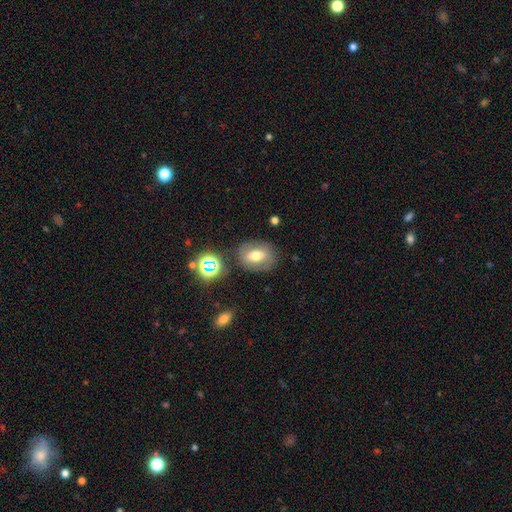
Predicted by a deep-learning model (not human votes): smooth_or_featured: smooth (p=0.52) [alt: featured or disk p=0.35]
how_rounded: in between (p=0.54) [alt: round p=0.44]
merging: none (p=0.74) [alt: minor disturbance p=0.15]